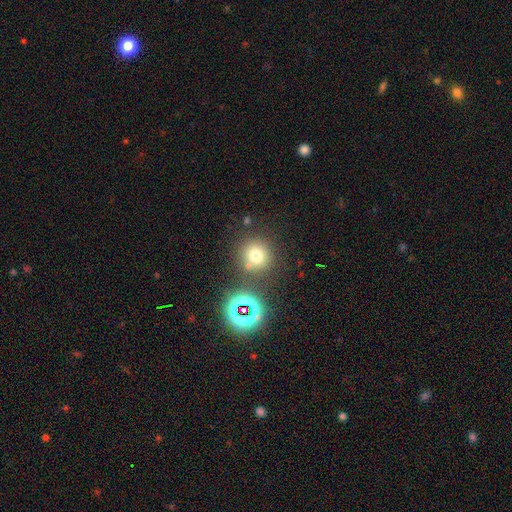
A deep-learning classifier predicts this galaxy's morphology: Smooth or featured?
  - smooth: 71% *
  - star or artifact: 20%
  - featured or disk: 9%
How rounded?
  - round: 91% *
  - in between: 8%
  - cigar-shaped: 1%
Merging?
  - none: 72% *
  - merger: 14%
  - minor disturbance: 10%
  - major disturbance: 4%